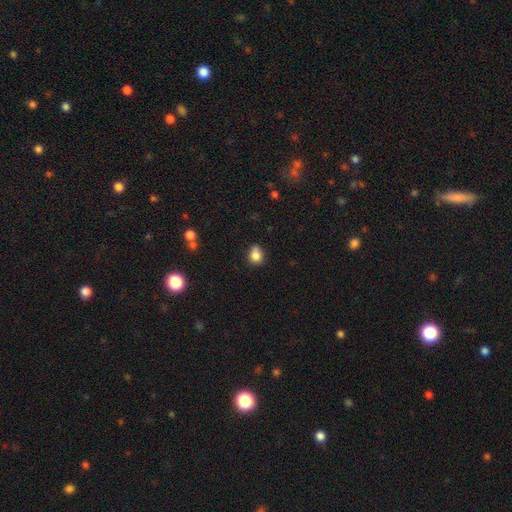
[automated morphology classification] smooth-or-featured: smooth: 81% | star or artifact: 11% | featured or disk: 8%
  how-rounded: round: 63% | in between: 36% | cigar-shaped: 1%
  merging: none: 59% | minor disturbance: 28% | merger: 7% | major disturbance: 6%